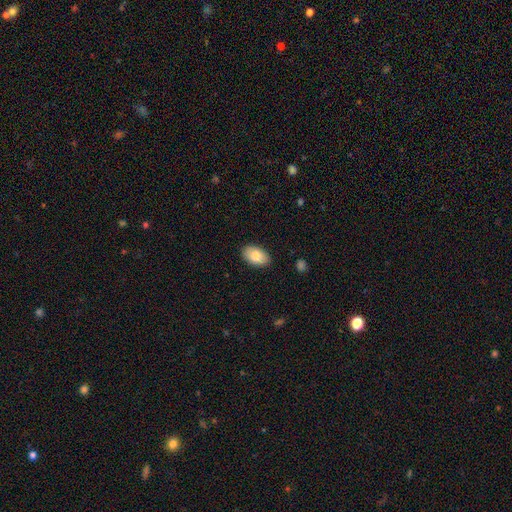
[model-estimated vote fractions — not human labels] smooth-or-featured: smooth: 80% | featured or disk: 14% | star or artifact: 6%
  how-rounded: in between: 92% | round: 7% | cigar-shaped: 1%
  merging: none: 88% | minor disturbance: 9% | major disturbance: 2% | merger: 1%